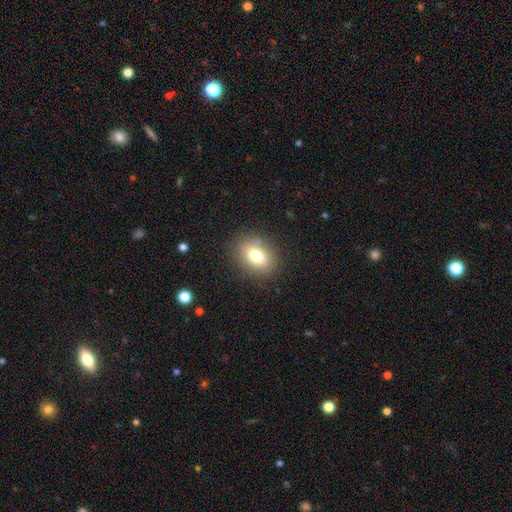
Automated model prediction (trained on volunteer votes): Morphology: type=smooth (76%); roundness=in between (67%); merging=none (83%).